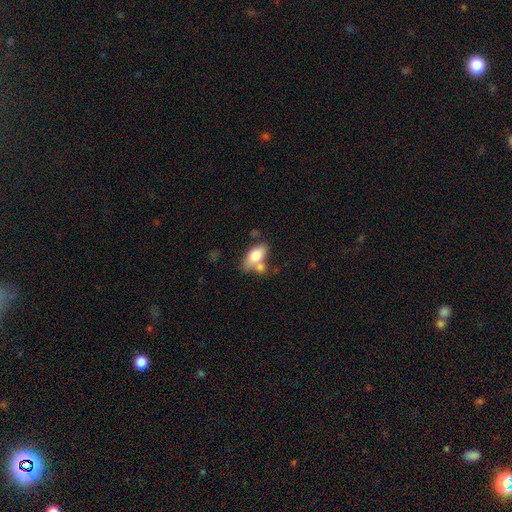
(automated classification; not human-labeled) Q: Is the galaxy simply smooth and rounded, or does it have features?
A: smooth — 76%.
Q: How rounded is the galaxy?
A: in between — 88%.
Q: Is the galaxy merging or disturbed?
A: none — 48%.